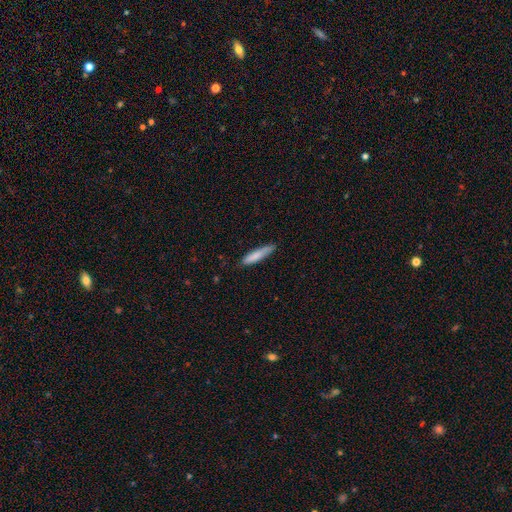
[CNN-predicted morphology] The model was most divided on "merging": none: 78%, minor disturbance: 18%, major disturbance: 3%, merger: 1%. More confident: how rounded — cigar-shaped (85%); smooth or featured — smooth (81%).